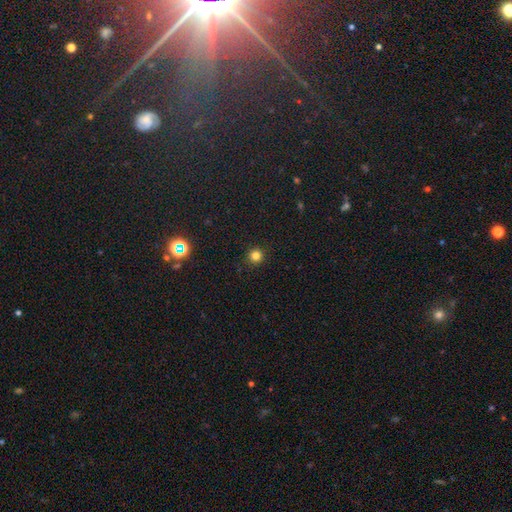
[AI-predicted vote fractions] This is clearly a smooth galaxy (80%). How rounded: clearly round (95%). Merging: clearly none (92%).